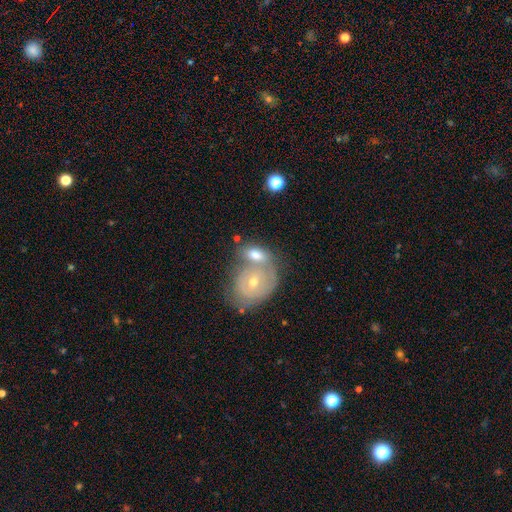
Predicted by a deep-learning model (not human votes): Smooth or featured: featured or disk — 48% (smooth — 44%)
Merging: merger — 50% (none — 33%)